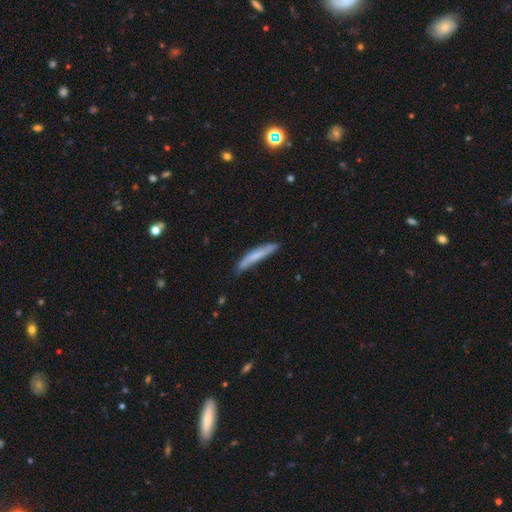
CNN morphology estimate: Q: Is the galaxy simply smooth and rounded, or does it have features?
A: smooth — 67%.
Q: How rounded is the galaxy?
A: cigar-shaped — 93%.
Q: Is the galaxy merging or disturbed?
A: none — 70%.